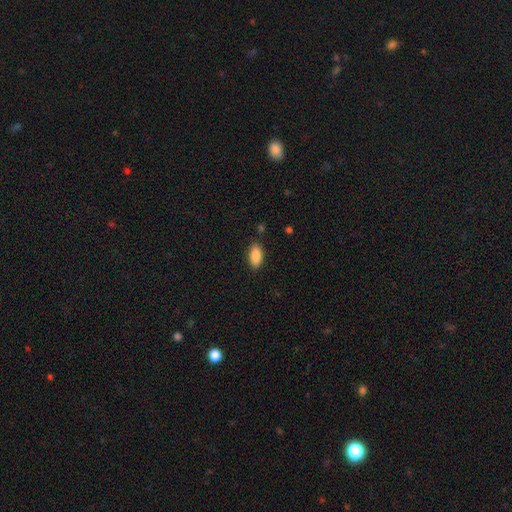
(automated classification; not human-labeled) Morphology: type=smooth (88%); roundness=in between (91%); merging=none (85%).